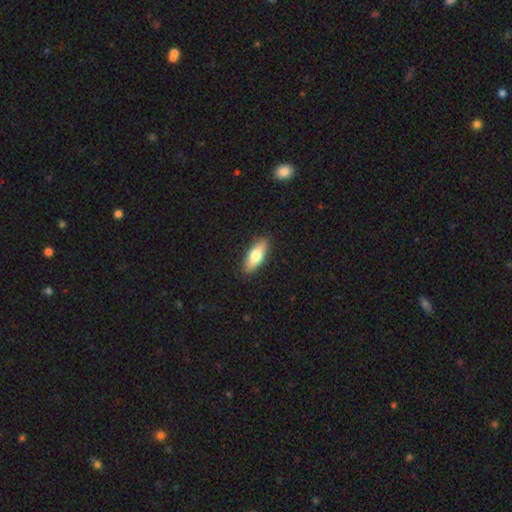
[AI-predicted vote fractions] Smooth or featured? smooth (73%)
How rounded? in between (75%)
Merging? none (89%)